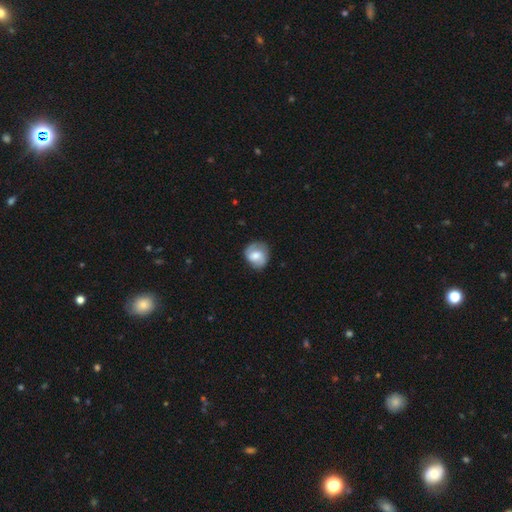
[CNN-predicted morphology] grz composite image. It shows a smooth galaxy with no disk features (51%) that is round (73%). Merging: none (70%).